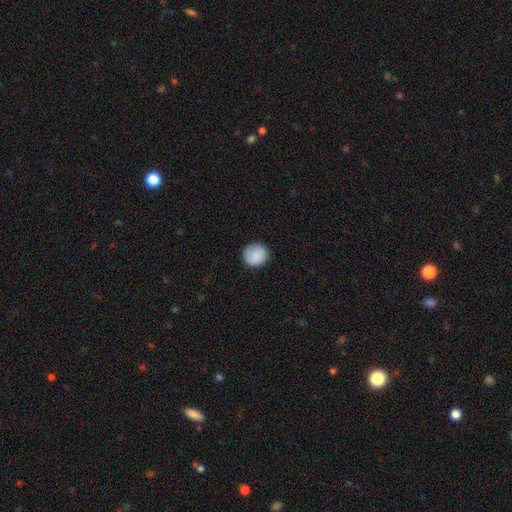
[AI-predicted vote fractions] Overall: smooth (84%). How rounded: round (90%). Merging: none (86%).